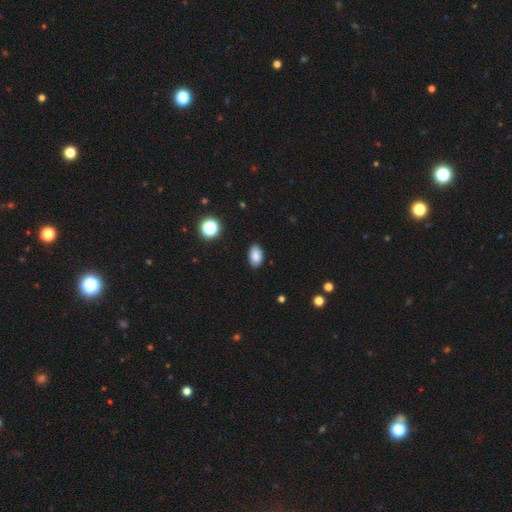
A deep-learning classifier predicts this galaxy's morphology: smooth_or_featured: smooth (p=0.86) [alt: star or artifact p=0.10]
how_rounded: in between (p=0.90) [alt: round p=0.08]
merging: none (p=0.87) [alt: minor disturbance p=0.10]